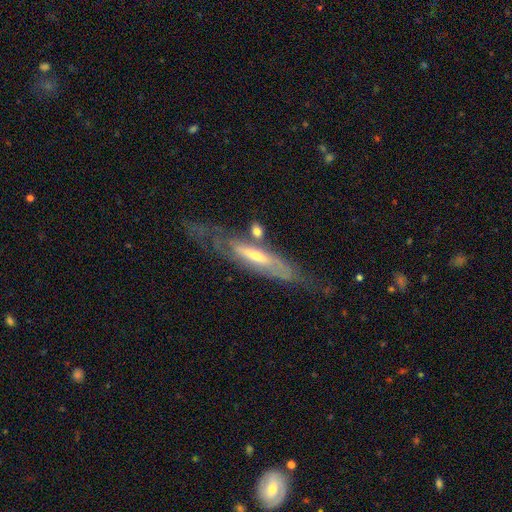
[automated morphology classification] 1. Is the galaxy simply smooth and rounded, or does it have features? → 73% featured or disk, 21% smooth, 6% star or artifact.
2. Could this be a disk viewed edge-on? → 50% no (tied), 50% yes (tied).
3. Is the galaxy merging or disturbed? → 55% none, 22% minor disturbance, 15% major disturbance, 8% merger.